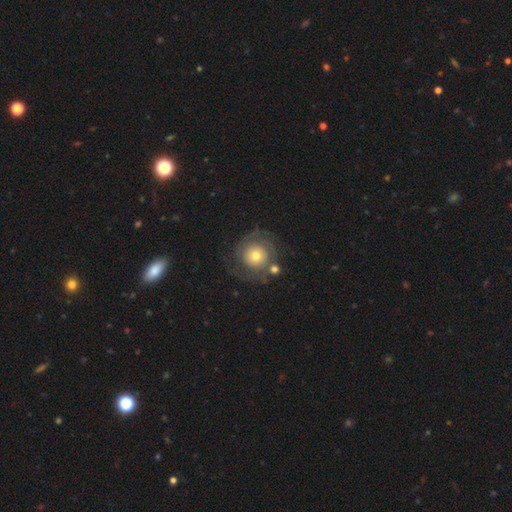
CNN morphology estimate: smooth-or-featured: featured or disk: 55% | smooth: 37% | star or artifact: 8%
  disk-edge-on: no: 97% | yes: 3%
    bar: no: 87% | weak: 11% | strong: 2%
    has-spiral-arms: yes: 71% | no: 29%
    bulge-size: moderate: 58% | small: 25% | large: 13% | dominant: 2% | none: 1%
  merging: none: 64% | minor disturbance: 16% | major disturbance: 12% | merger: 8%